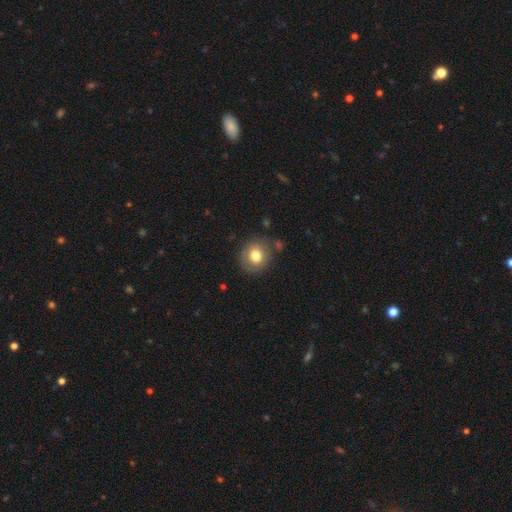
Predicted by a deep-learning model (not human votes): A smooth galaxy with no disk features (77%) that is round (82%). Merging: none (80%).